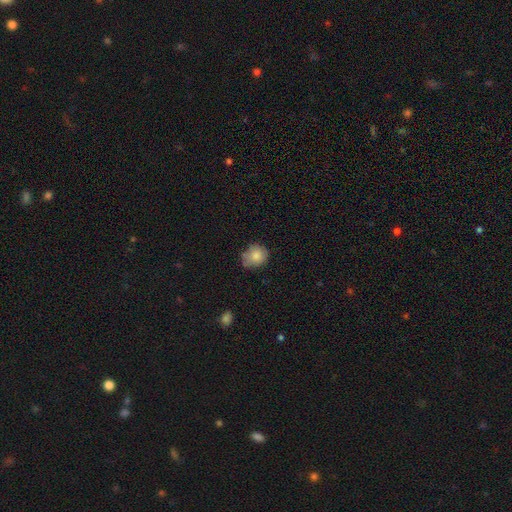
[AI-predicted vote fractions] Morphology: type=smooth (82%); roundness=round (68%); merging=none (63%).